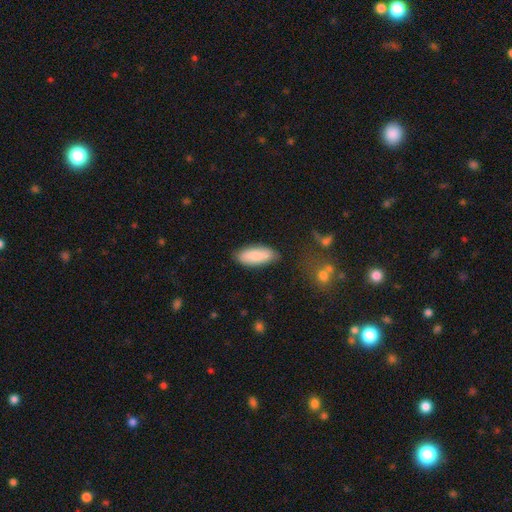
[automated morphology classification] A smooth galaxy with no disk features (82%) that is in between round and cigar-shaped (80%). Merging: none (81%).